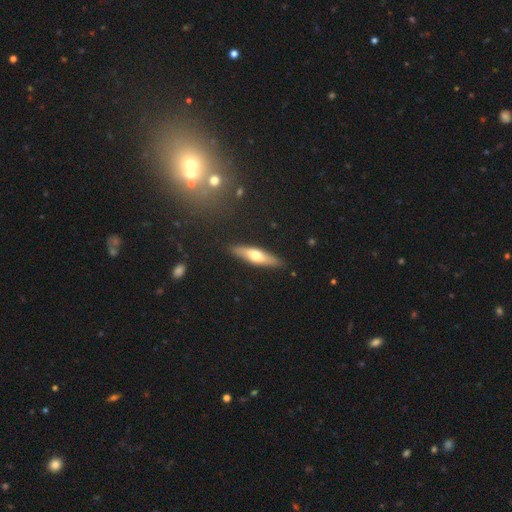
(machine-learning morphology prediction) Smooth or featured: smooth — 52% (featured or disk — 42%)
How rounded: cigar-shaped — 69% (in between — 29%)
Merging: none — 88% (minor disturbance — 9%)